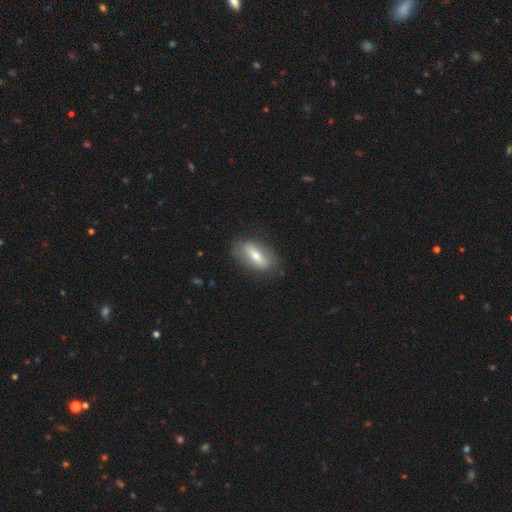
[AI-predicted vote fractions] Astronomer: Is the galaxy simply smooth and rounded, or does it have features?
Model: smooth — 52% (runner-up: featured or disk, 41%).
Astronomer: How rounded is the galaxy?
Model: in between — 77%.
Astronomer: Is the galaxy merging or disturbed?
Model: none — 80%.